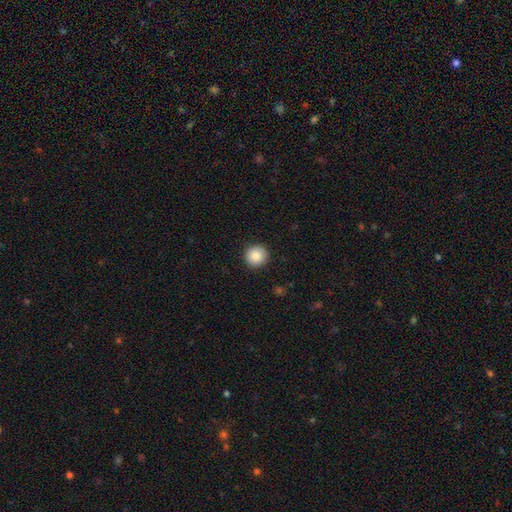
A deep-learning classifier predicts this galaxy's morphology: The model was most divided on "smooth or featured": smooth: 87%, star or artifact: 9%, featured or disk: 5%. More confident: how rounded — round (95%); merging — none (92%).